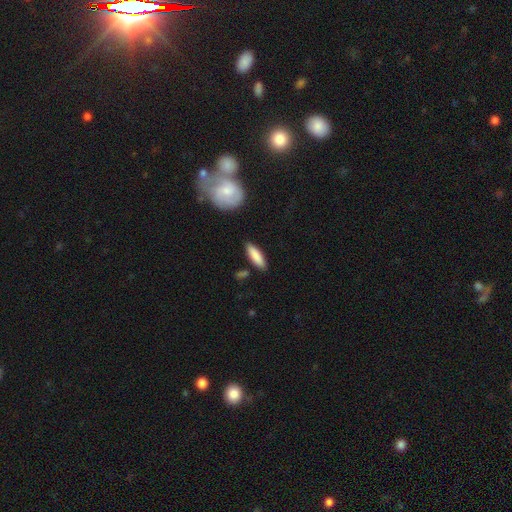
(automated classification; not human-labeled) Smooth or featured? smooth (84%)
How rounded? cigar-shaped (54%)
Merging? none (85%)